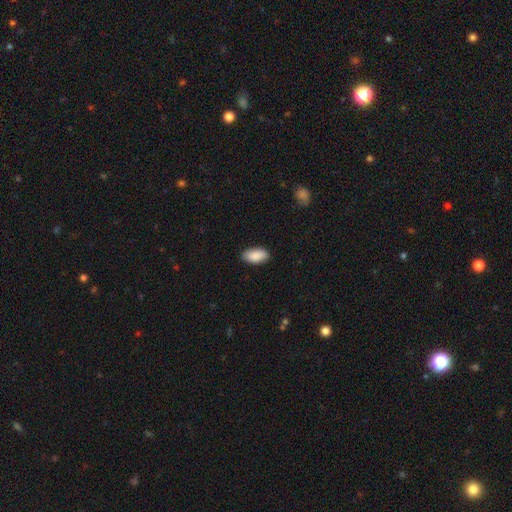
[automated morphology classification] Smooth or featured? smooth (89%)
How rounded? in between (93%)
Merging? none (88%)